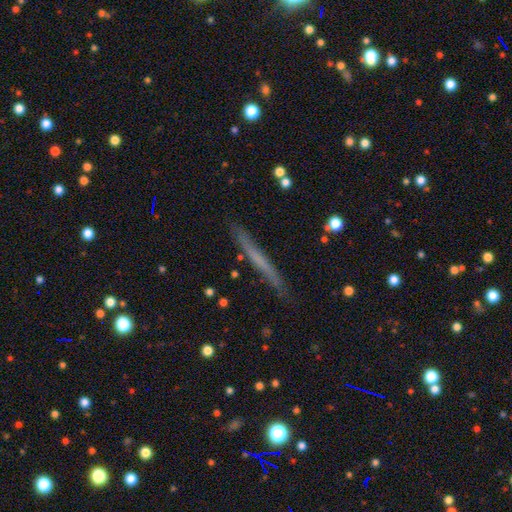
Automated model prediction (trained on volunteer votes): A featured or disk galaxy (48%). Merging: none (88%).